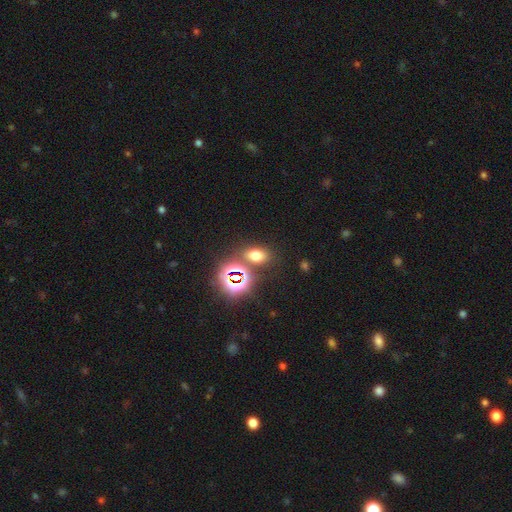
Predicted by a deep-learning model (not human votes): A smooth galaxy with no disk features (59%) that is in between round and cigar-shaped (70%).

Vote fractions:
- Smooth or featured? smooth: 59% / star or artifact: 32% / featured or disk: 9%
- How rounded? in between: 70% / round: 27% / cigar-shaped: 3%
- Merging? none: 74% / merger: 12% / minor disturbance: 10% / major disturbance: 4%